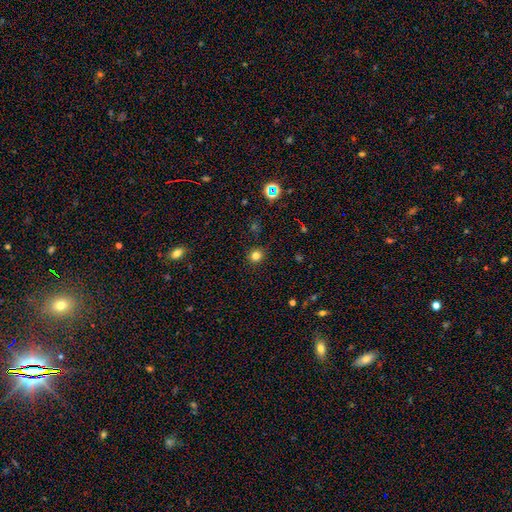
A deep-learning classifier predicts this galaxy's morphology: A smooth galaxy with no disk features (80%) that is round (91%).

Vote fractions:
- Smooth or featured? smooth: 80% / star or artifact: 15% / featured or disk: 5%
- How rounded? round: 91% / in between: 8% / cigar-shaped: 1%
- Merging? none: 91% / minor disturbance: 6% / major disturbance: 2% / merger: 1%